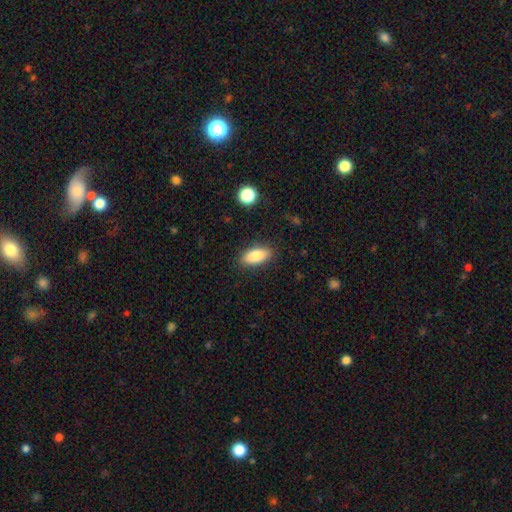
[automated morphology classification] smooth 84%, featured or disk 9%, star or artifact 7%. Down the decision tree: how rounded — in between (85%); merging — none (87%).